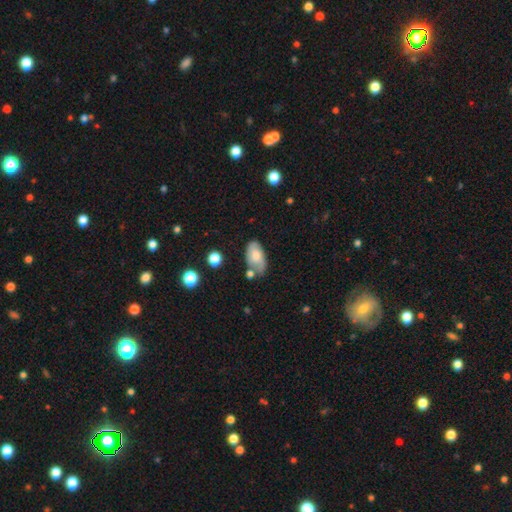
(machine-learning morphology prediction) This appears to be a smooth galaxy with no disk features (66%) that is in between round and cigar-shaped (93%). Merging: none (55%).